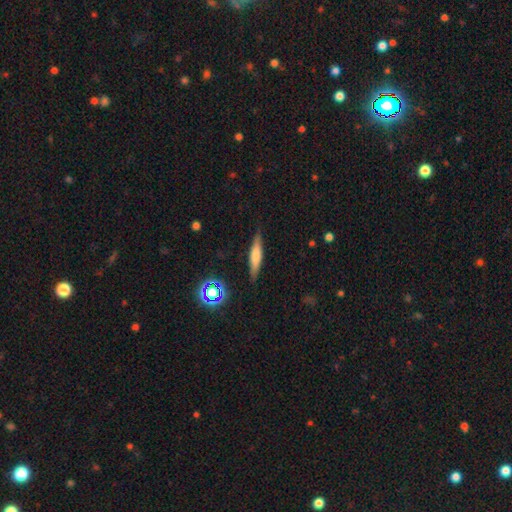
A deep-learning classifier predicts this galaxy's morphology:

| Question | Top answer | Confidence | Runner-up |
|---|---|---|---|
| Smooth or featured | smooth | 56% | featured or disk (35%) |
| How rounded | cigar-shaped | 81% | in between (17%) |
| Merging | none | 83% | minor disturbance (13%) |